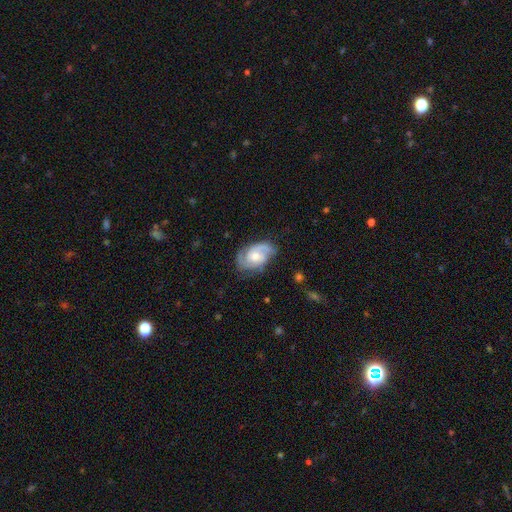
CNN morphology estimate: Smooth or featured: featured or disk — 83% (smooth — 12%)
Edge-on disk: no — 97% (yes — 3%)
Bar: no — 66% (weak — 30%)
Spiral arms: yes — 96% (no — 4%)
Spiral winding: tight — 52% (medium — 38%)
Spiral arm count: 2 — 46% (3 — 30%)
Bulge size: moderate — 62% (small — 29%)
Merging: none — 70% (minor disturbance — 21%)